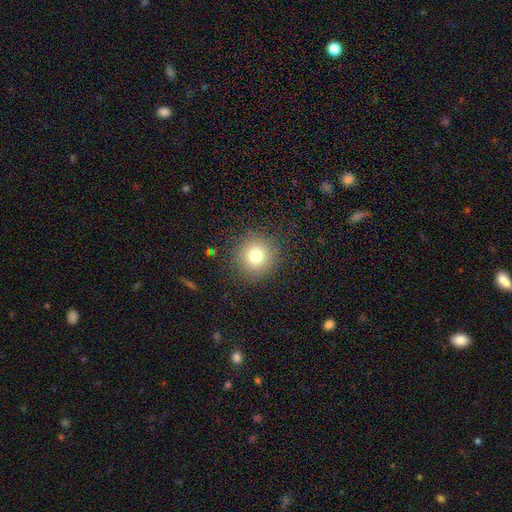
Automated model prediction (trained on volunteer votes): Morphology: type=smooth (77%); roundness=round (94%); merging=none (88%).